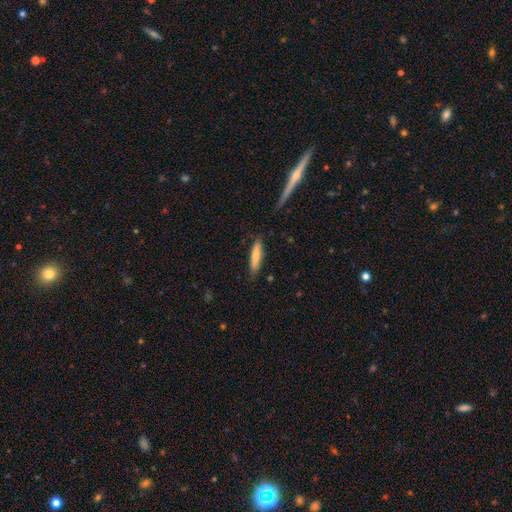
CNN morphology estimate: Overall: smooth (77%). How rounded: cigar-shaped (81%). Merging: none (84%).